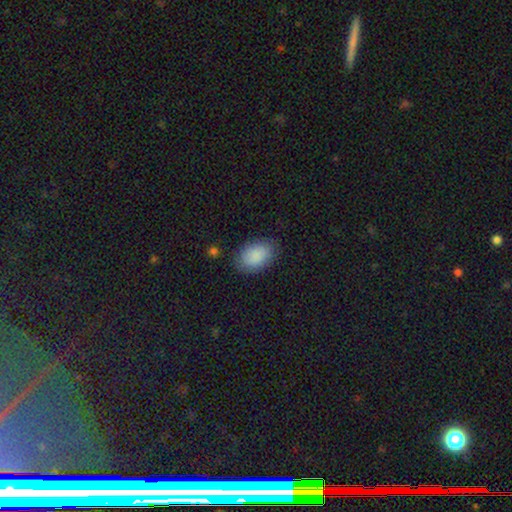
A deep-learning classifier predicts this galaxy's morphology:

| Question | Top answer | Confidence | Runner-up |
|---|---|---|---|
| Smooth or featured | smooth | 88% | star or artifact (7%) |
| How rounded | in between | 87% | round (12%) |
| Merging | none | 81% | minor disturbance (14%) |